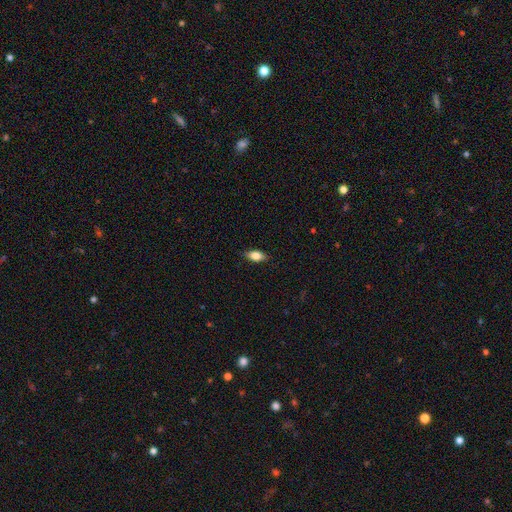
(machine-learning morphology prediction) The model was most divided on "smooth or featured": smooth: 78%, featured or disk: 15%, star or artifact: 8%. More confident: how rounded — in between (85%); merging — none (84%).